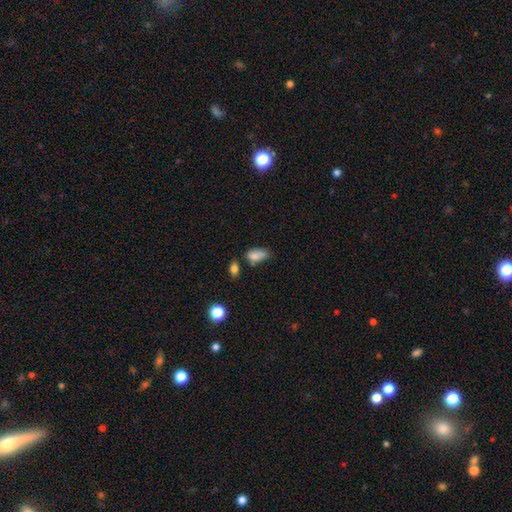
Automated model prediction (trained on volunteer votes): smooth_or_featured: smooth (p=0.83) [alt: star or artifact p=0.09]
how_rounded: in between (p=0.89) [alt: round p=0.05]
merging: none (p=0.47) [alt: minor disturbance p=0.32]